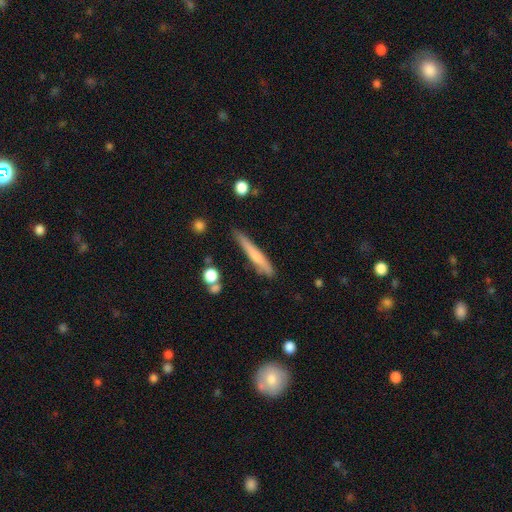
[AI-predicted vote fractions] Q: Smooth or featured?
A: smooth (64%); runner-up: featured or disk (30%)
Q: How rounded?
A: cigar-shaped (94%); runner-up: in between (5%)
Q: Merging?
A: none (73%); runner-up: minor disturbance (19%)